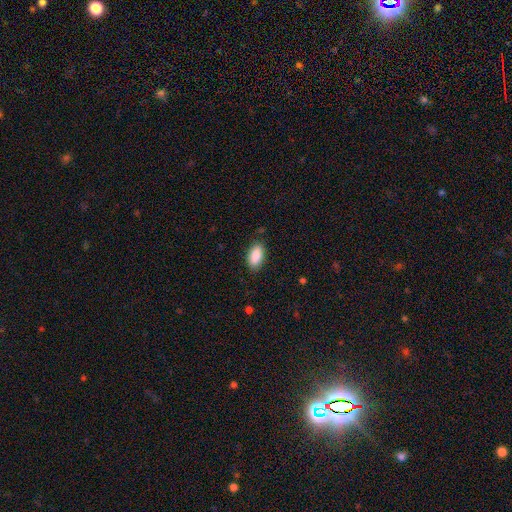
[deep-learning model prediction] Q: Smooth or featured?
A: smooth (89%); runner-up: star or artifact (7%)
Q: How rounded?
A: in between (93%); runner-up: cigar-shaped (4%)
Q: Merging?
A: none (85%); runner-up: minor disturbance (11%)